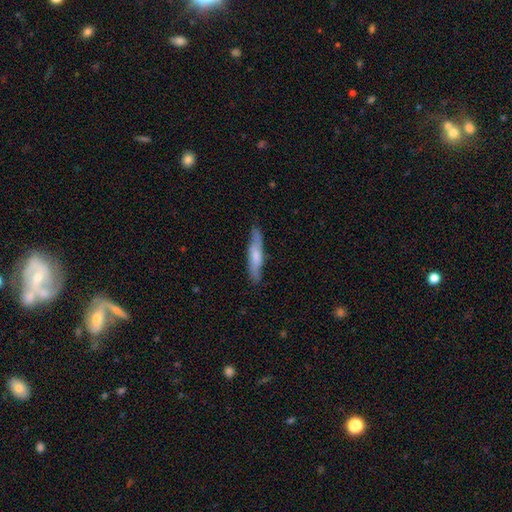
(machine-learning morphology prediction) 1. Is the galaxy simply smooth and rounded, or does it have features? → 57% smooth, 38% featured or disk, 6% star or artifact.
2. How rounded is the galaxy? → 85% cigar-shaped, 13% in between, 1% round.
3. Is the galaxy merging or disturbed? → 81% none, 15% minor disturbance, 3% major disturbance, 1% merger.